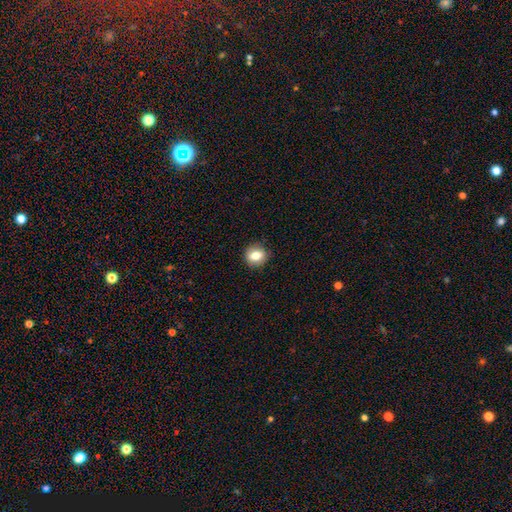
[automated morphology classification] A smooth galaxy with no disk features (77%) that is round (79%). Merging: none (89%).